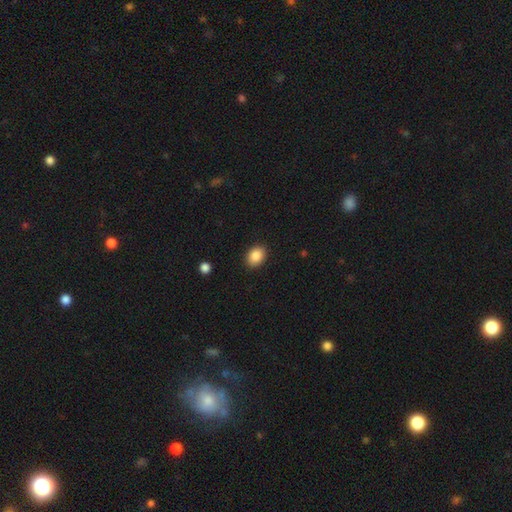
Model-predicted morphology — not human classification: smooth 87%, star or artifact 8%, featured or disk 4%. Down the decision tree: how rounded — in between (67%); merging — none (89%).